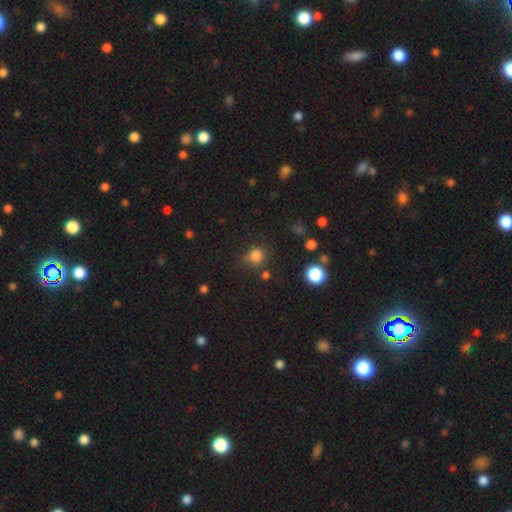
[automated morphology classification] Overall: smooth (79%). How rounded: round (83%). Merging: none (69%).